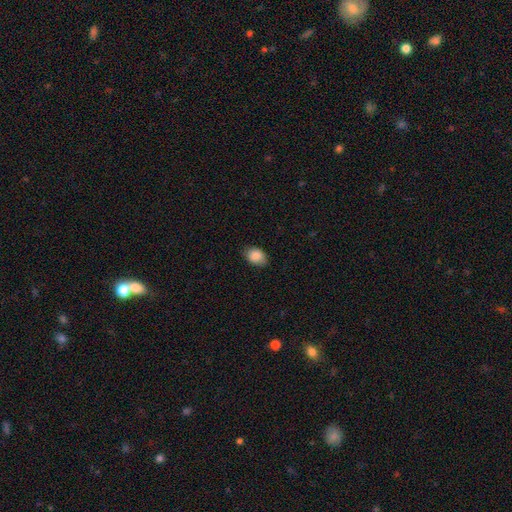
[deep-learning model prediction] Smooth or featured? smooth (88%)
How rounded? in between (73%)
Merging? none (79%)